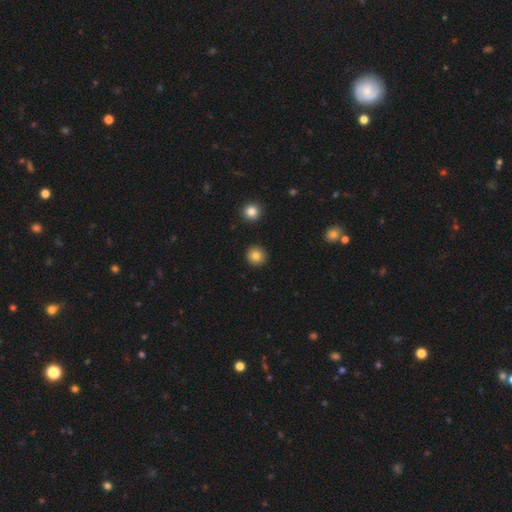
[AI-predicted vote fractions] Smooth or featured? Predicted: smooth (p=0.83). How rounded? Predicted: round (p=0.93). Merging? Predicted: none (p=0.92).